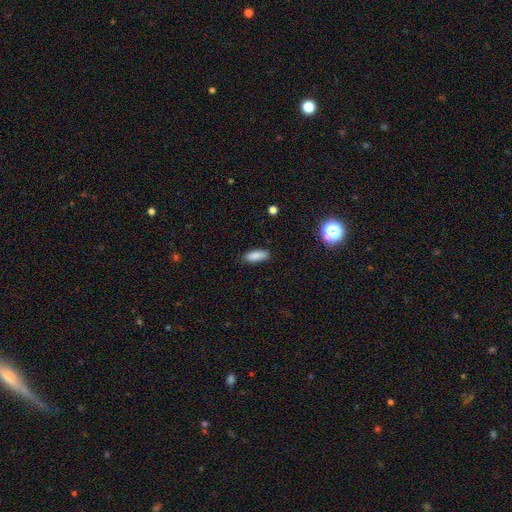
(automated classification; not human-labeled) smooth-or-featured: smooth: 86% | star or artifact: 8% | featured or disk: 6%
  how-rounded: in between: 69% | cigar-shaped: 29% | round: 2%
  merging: none: 83% | minor disturbance: 13% | major disturbance: 3% | merger: 1%